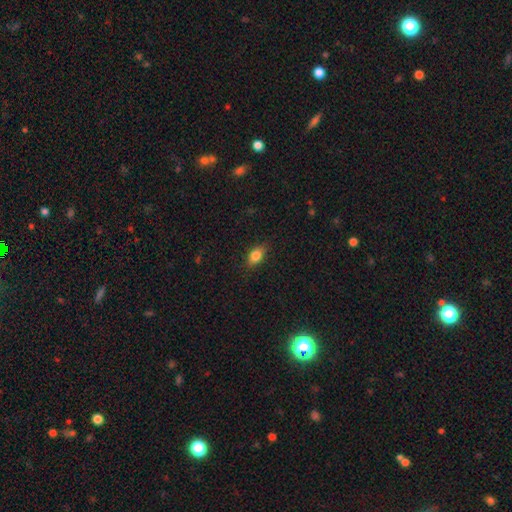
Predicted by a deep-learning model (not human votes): Smooth or featured?
  - smooth: 83% *
  - star or artifact: 9%
  - featured or disk: 8%
How rounded?
  - in between: 82% *
  - round: 14%
  - cigar-shaped: 4%
Merging?
  - none: 83% *
  - minor disturbance: 13%
  - major disturbance: 3%
  - merger: 1%